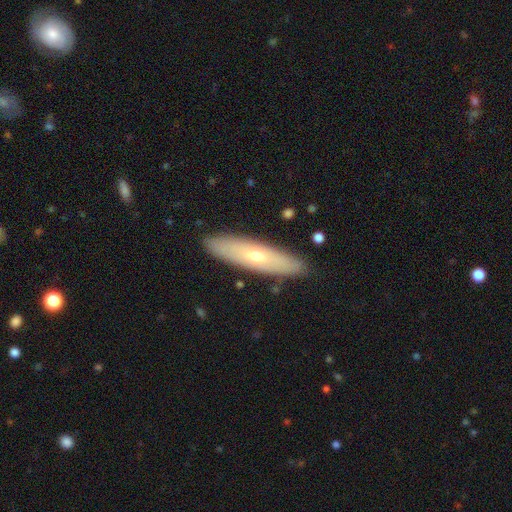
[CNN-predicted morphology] smooth_or_featured: smooth (p=0.48) [alt: featured or disk p=0.45]
merging: none (p=0.88) [alt: minor disturbance p=0.09]